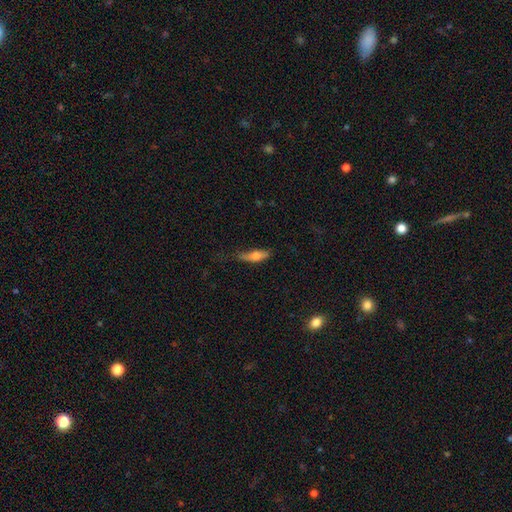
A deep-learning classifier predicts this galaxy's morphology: smooth-or-featured: smooth: 66% | featured or disk: 27% | star or artifact: 7%
  how-rounded: cigar-shaped: 50% | in between: 47% | round: 3%
  merging: none: 52% | minor disturbance: 33% | major disturbance: 12% | merger: 2%